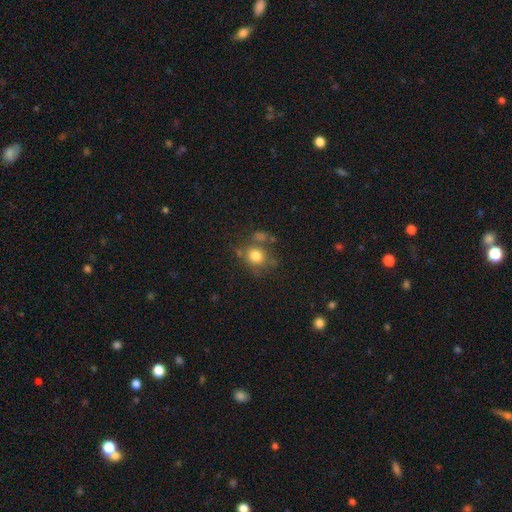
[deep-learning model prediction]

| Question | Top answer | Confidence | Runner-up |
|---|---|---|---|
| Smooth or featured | smooth | 76% | featured or disk (13%) |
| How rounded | round | 67% | in between (32%) |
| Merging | none | 55% | minor disturbance (19%) |